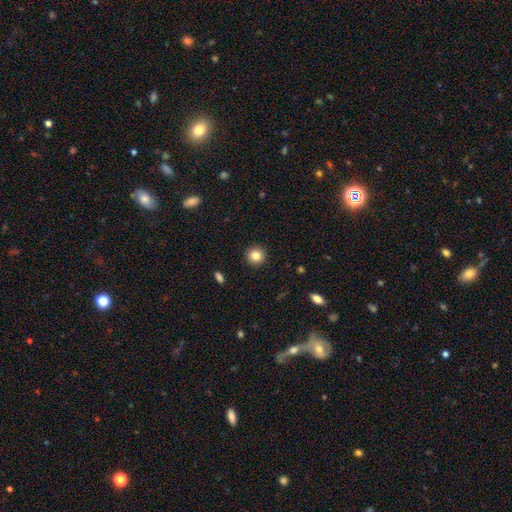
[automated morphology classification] A smooth galaxy with no disk features (83%) that is round (94%).

Vote fractions:
- Smooth or featured? smooth: 83% / star or artifact: 11% / featured or disk: 6%
- How rounded? round: 94% / in between: 5% / cigar-shaped: 1%
- Merging? none: 92% / minor disturbance: 5% / major disturbance: 2% / merger: 1%